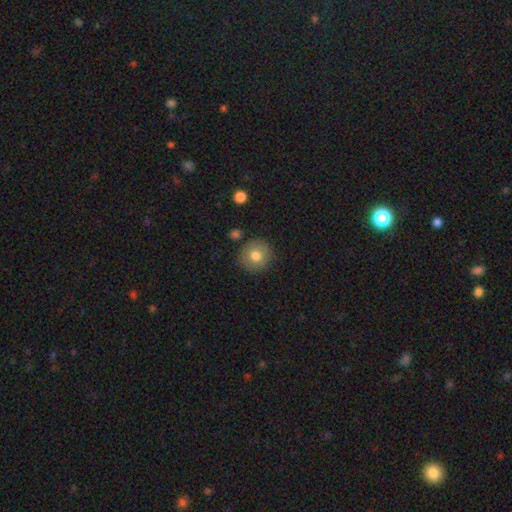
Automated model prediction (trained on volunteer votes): This is likely a smooth galaxy (76%). How rounded: clearly round (91%). Merging: clearly none (86%).